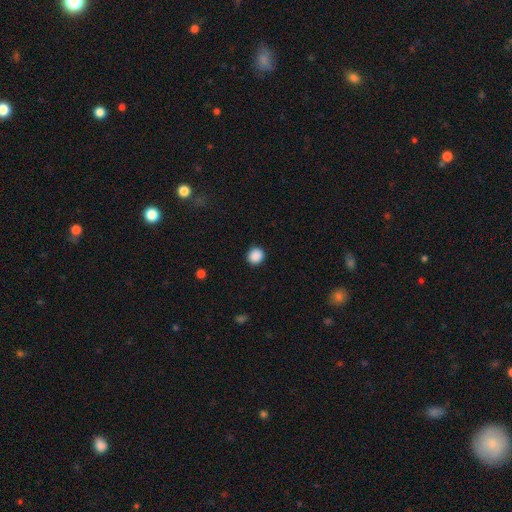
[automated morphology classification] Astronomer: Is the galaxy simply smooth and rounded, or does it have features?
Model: smooth — 89%.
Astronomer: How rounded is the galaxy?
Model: round — 92%.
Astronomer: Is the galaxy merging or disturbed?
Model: none — 91%.